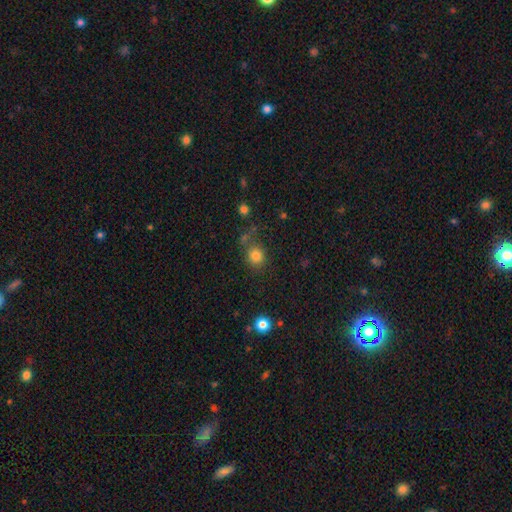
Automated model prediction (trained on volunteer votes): Smooth or featured? Predicted: smooth (p=0.81). How rounded? Predicted: round (p=0.84). Merging? Predicted: none (p=0.71).